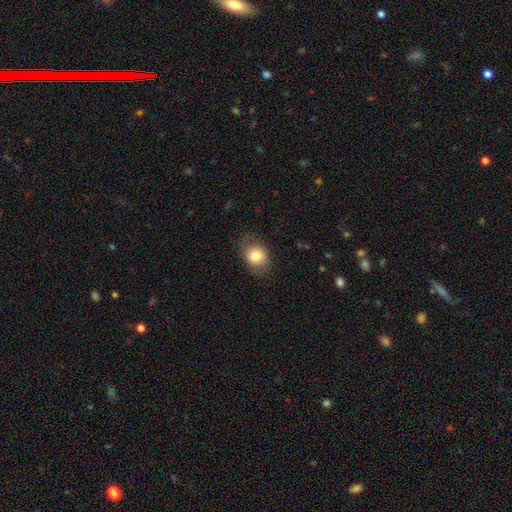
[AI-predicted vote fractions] Overall: smooth (79%). How rounded: round (55%; in between 44%). Merging: none (73%).